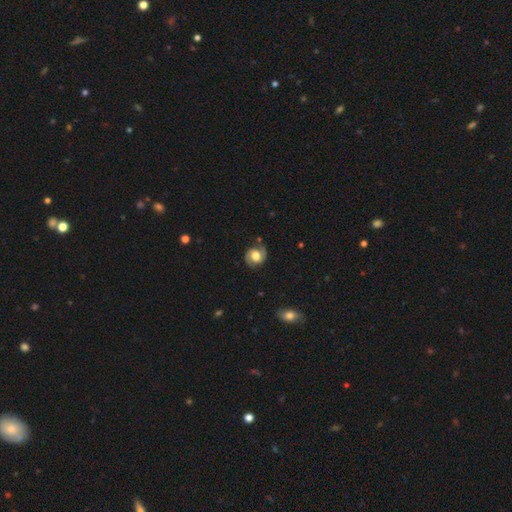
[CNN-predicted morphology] Smooth or featured? featured or disk (73%)
Edge-on disk? no (98%)
Bar? no (52%)
Spiral arms? yes (92%)
Spiral winding? medium (51%)
Spiral arm count? 2 (91%)
Bulge size? moderate (49%)
Merging? none (79%)